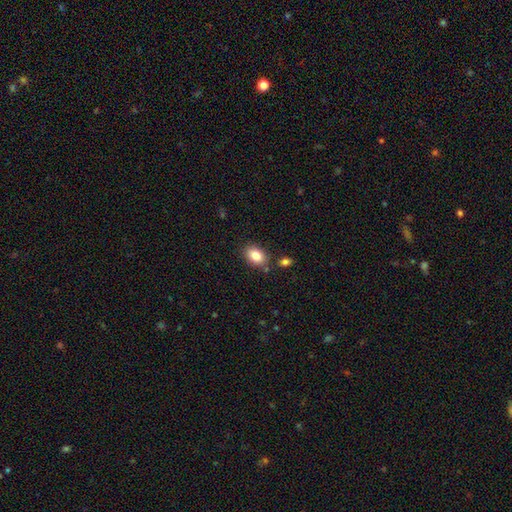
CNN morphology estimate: Smooth or featured: smooth — 85% (star or artifact — 8%)
How rounded: in between — 85% (round — 14%)
Merging: none — 79% (minor disturbance — 12%)